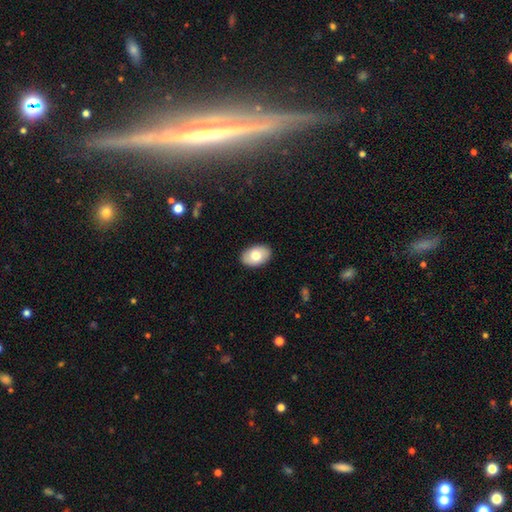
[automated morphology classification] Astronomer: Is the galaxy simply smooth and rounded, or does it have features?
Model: smooth — 74%.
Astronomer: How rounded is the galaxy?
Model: in between — 89%.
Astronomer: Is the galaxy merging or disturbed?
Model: none — 89%.